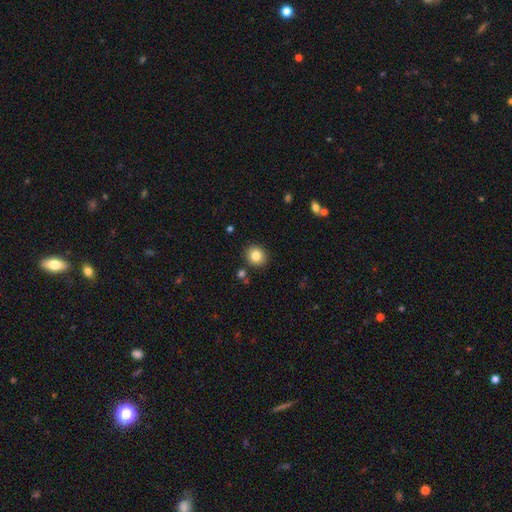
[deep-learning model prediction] smooth_or_featured: smooth (p=0.82) [alt: star or artifact p=0.10]
how_rounded: round (p=0.82) [alt: in between p=0.17]
merging: none (p=0.88) [alt: minor disturbance p=0.07]